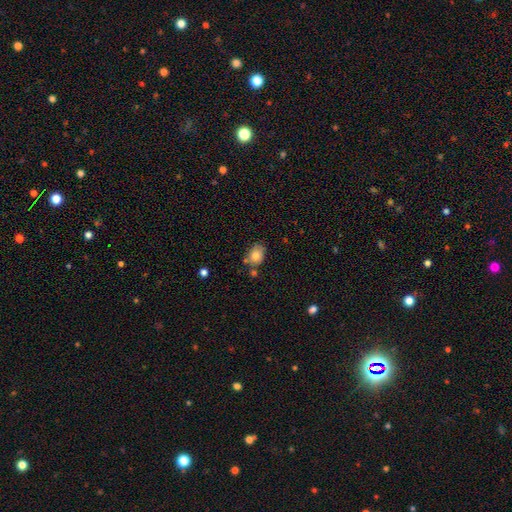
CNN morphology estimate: Smooth or featured: smooth — 78% (featured or disk — 13%)
How rounded: in between — 63% (round — 35%)
Merging: none — 60% (minor disturbance — 21%)